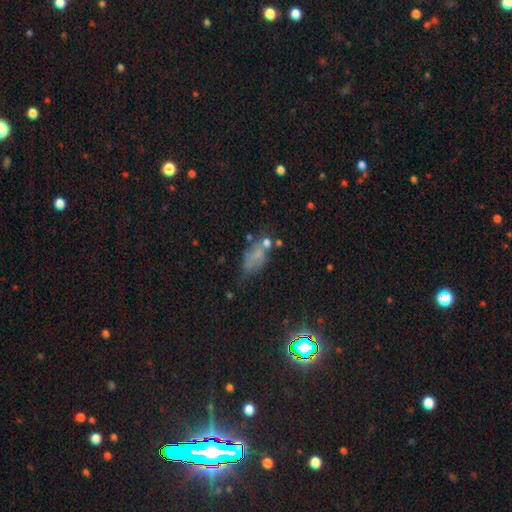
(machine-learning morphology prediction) A smooth galaxy with no disk features (48%). Merging: none (40%).